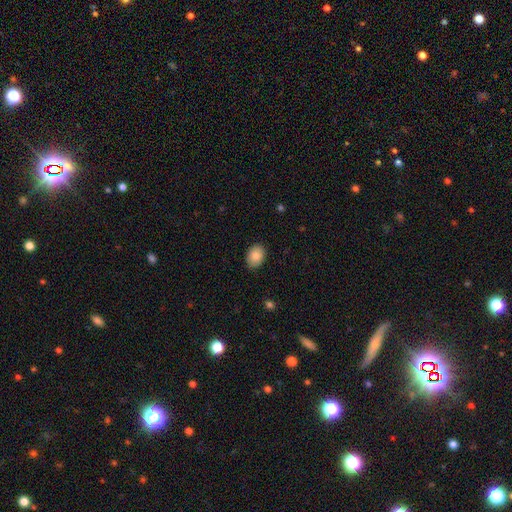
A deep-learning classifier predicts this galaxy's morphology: Smooth or featured?
  - smooth: 86% *
  - star or artifact: 7%
  - featured or disk: 7%
How rounded?
  - in between: 77% *
  - round: 22%
  - cigar-shaped: 1%
Merging?
  - none: 86% *
  - minor disturbance: 11%
  - major disturbance: 2%
  - merger: 1%